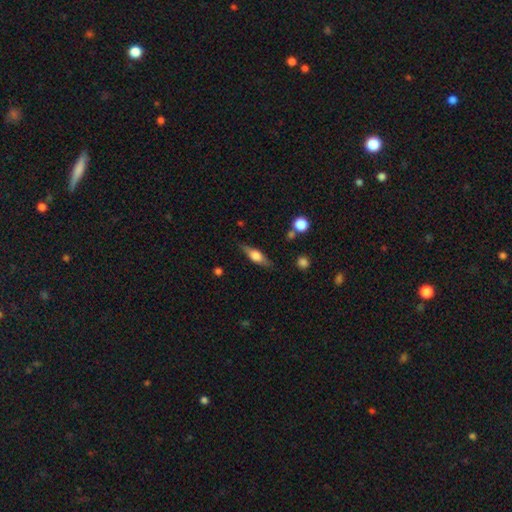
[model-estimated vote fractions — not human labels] Smooth or featured? featured or disk (50%)
Merging? none (82%)